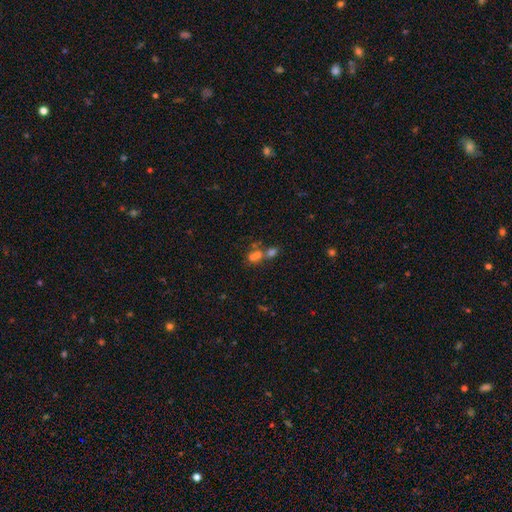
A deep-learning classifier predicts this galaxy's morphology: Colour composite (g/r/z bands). It shows a smooth galaxy with no disk features (54%) that is round (60%). Merging: merger (57%).